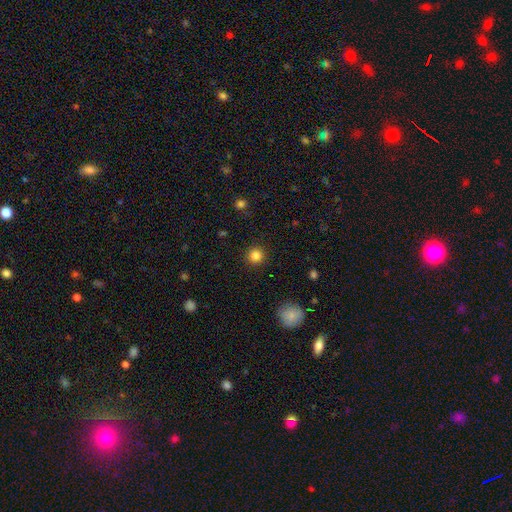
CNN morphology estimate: A smooth galaxy with no disk features (84%) that is round (95%). Merging: none (91%).